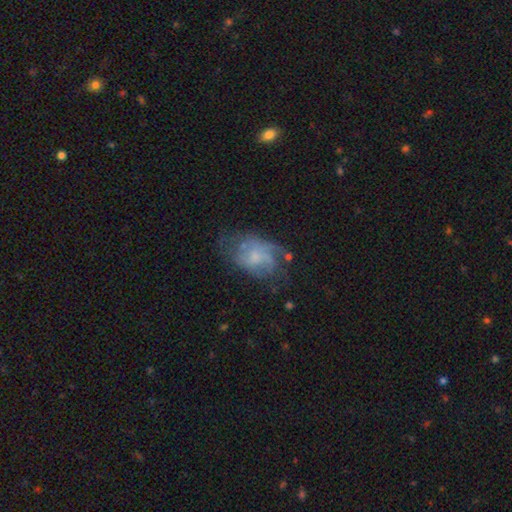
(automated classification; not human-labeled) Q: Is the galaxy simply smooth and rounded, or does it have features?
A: featured or disk — 60%.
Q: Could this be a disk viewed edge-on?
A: no — 97%.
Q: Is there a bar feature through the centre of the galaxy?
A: no — 70%.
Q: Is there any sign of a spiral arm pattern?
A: yes — 72%.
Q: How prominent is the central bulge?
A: small — 45%.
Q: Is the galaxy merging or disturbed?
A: none — 48%.